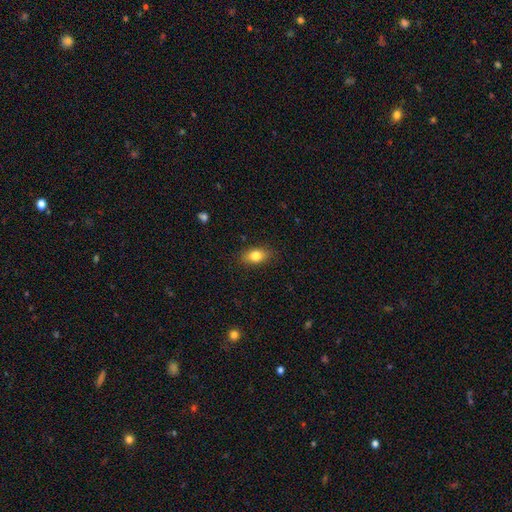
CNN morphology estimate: A smooth galaxy with no disk features (81%) that is in between round and cigar-shaped (83%). Merging: none (86%).